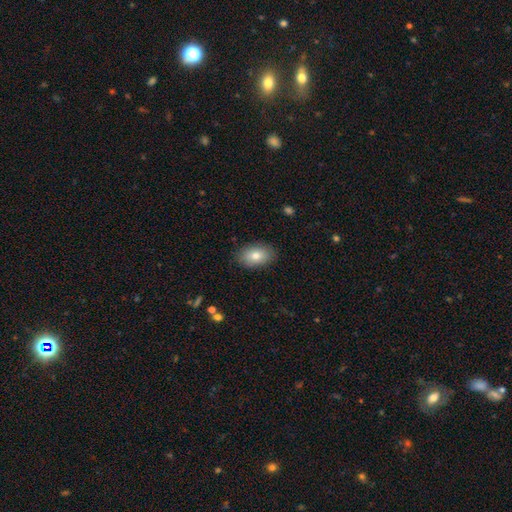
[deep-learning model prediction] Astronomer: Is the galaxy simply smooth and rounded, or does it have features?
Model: smooth — 80%.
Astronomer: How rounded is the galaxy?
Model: in between — 89%.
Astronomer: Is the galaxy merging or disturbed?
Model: none — 87%.